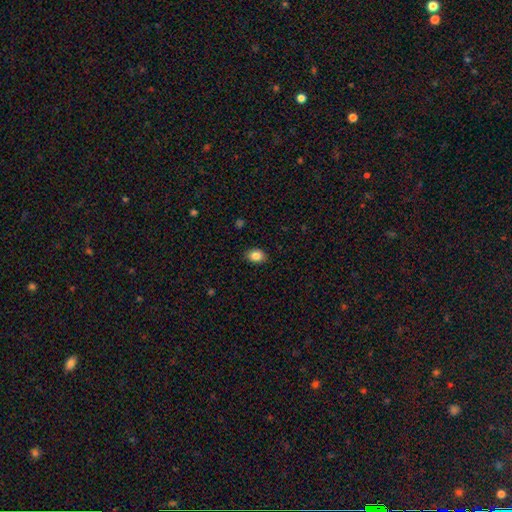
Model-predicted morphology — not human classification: This appears to be a smooth galaxy with no disk features (85%) that is in between round and cigar-shaped (73%). Merging: none (88%).